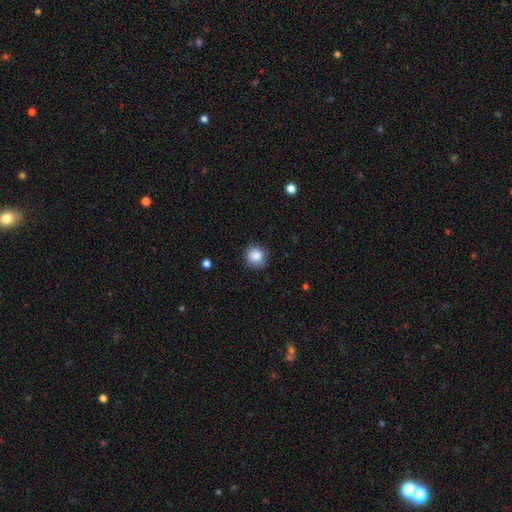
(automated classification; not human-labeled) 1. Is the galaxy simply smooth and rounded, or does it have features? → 87% smooth, 9% star or artifact, 4% featured or disk.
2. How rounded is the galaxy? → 90% round, 9% in between, 1% cigar-shaped.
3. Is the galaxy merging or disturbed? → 82% none, 14% minor disturbance, 3% major disturbance, 1% merger.